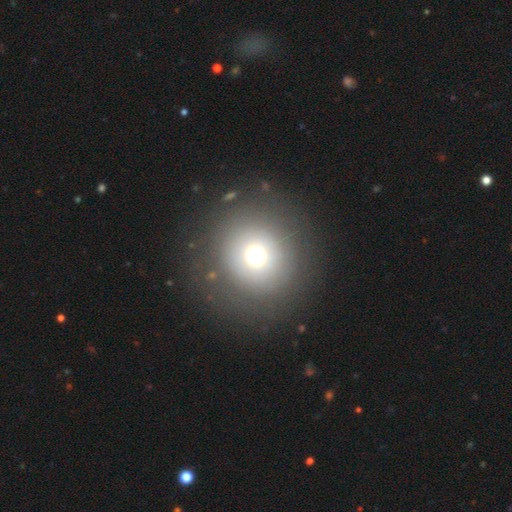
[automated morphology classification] Q: Smooth or featured?
A: smooth (67%); runner-up: star or artifact (20%)
Q: How rounded?
A: round (93%); runner-up: in between (6%)
Q: Merging?
A: none (85%); runner-up: minor disturbance (7%)